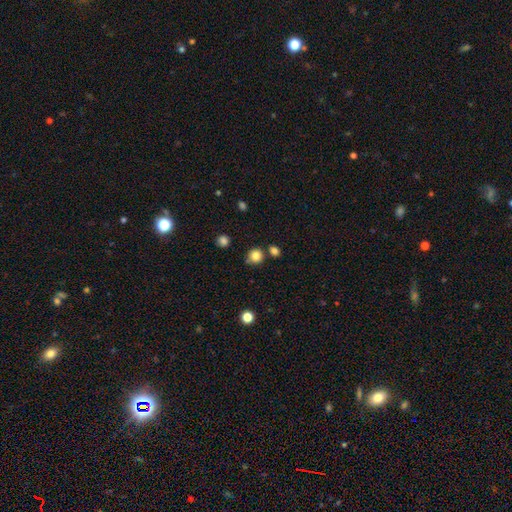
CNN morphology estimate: Smooth or featured? smooth (83%)
How rounded? round (87%)
Merging? none (74%)